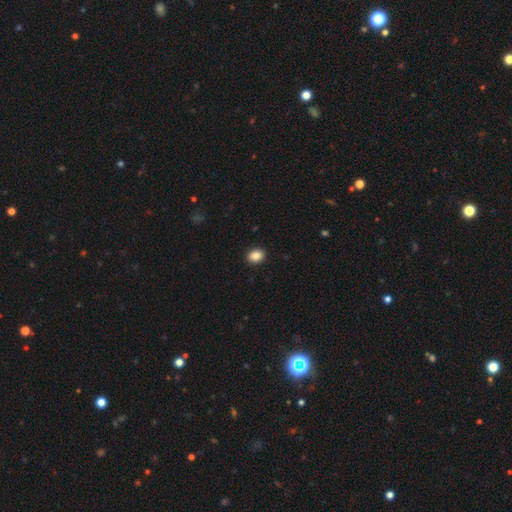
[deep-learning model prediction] smooth 87%, star or artifact 9%, featured or disk 4%. Down the decision tree: how rounded — in between (58%); merging — none (91%).